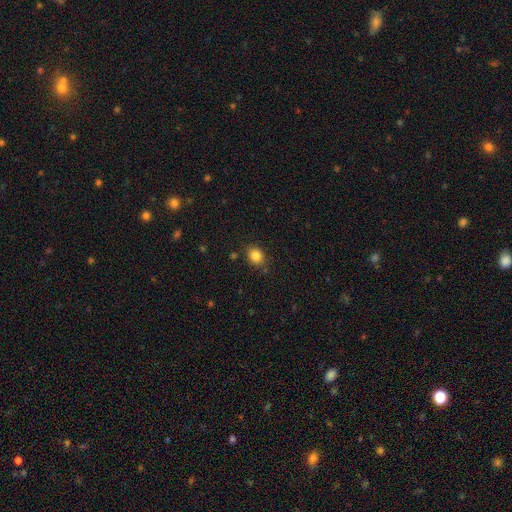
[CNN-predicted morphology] Smooth or featured: smooth — 84% (star or artifact — 11%)
How rounded: round — 58% (in between — 41%)
Merging: none — 82% (minor disturbance — 12%)